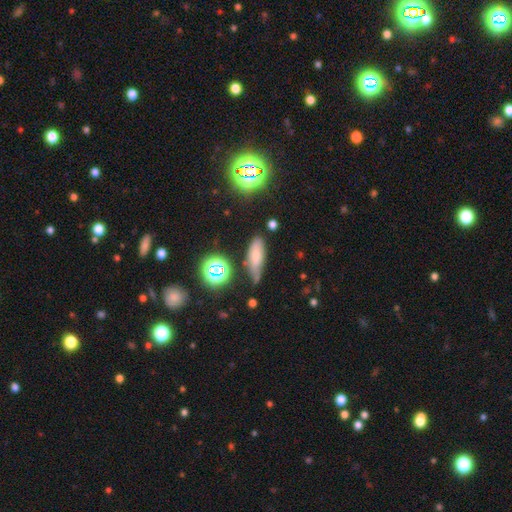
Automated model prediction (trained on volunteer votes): Smooth or featured?
  - smooth: 64% *
  - featured or disk: 18%
  - star or artifact: 17%
How rounded?
  - in between: 61% *
  - cigar-shaped: 34%
  - round: 5%
Merging?
  - none: 55% *
  - minor disturbance: 30%
  - major disturbance: 8%
  - merger: 6%